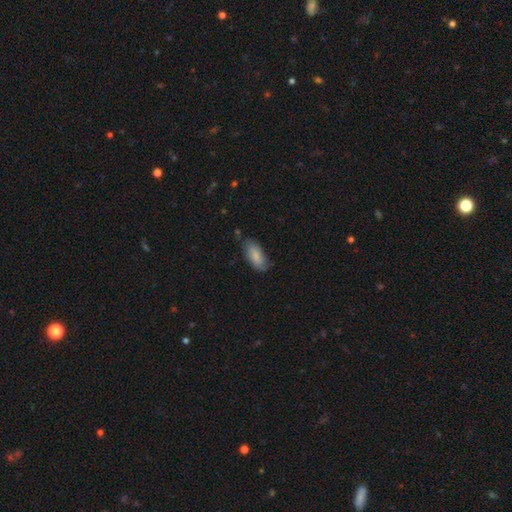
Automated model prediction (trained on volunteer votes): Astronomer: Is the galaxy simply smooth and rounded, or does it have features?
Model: smooth — 84%.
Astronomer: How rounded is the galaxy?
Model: in between — 88%.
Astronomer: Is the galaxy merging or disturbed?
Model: none — 68%.